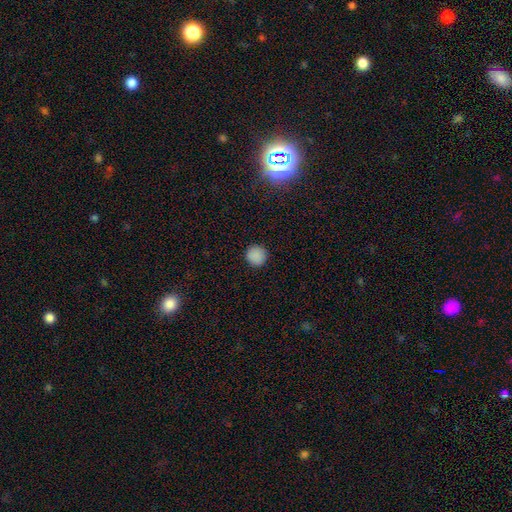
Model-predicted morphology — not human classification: Overall: smooth (88%). How rounded: round (95%). Merging: none (92%).